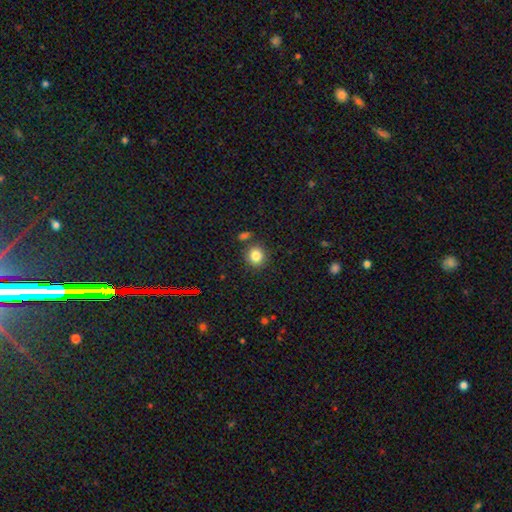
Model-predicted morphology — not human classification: Smooth or featured? Predicted: smooth (p=0.83). How rounded? Predicted: round (p=0.86). Merging? Predicted: none (p=0.81).